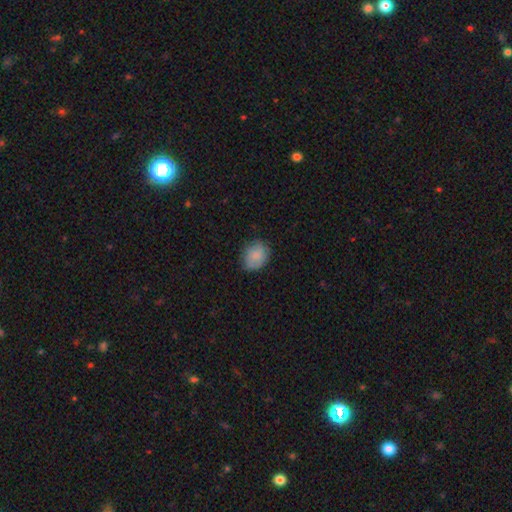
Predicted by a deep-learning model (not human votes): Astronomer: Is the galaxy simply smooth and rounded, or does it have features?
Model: smooth — 79%.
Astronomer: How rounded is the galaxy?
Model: round — 50% (runner-up: in between, 49%).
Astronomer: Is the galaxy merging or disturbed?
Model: none — 78%.